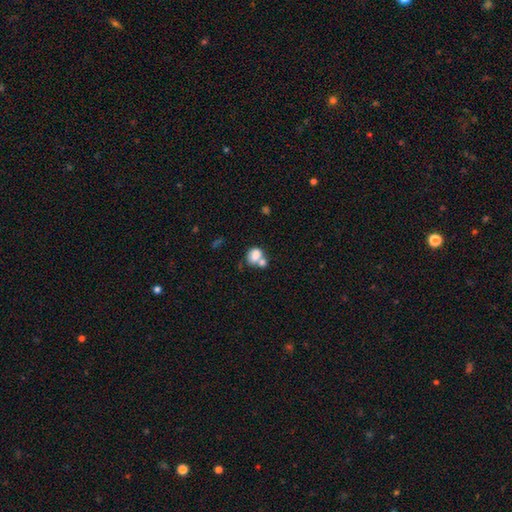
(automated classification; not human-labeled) smooth 75%, featured or disk 15%, star or artifact 10%. Down the decision tree: how rounded — in between (55%); merging — merger (57%).